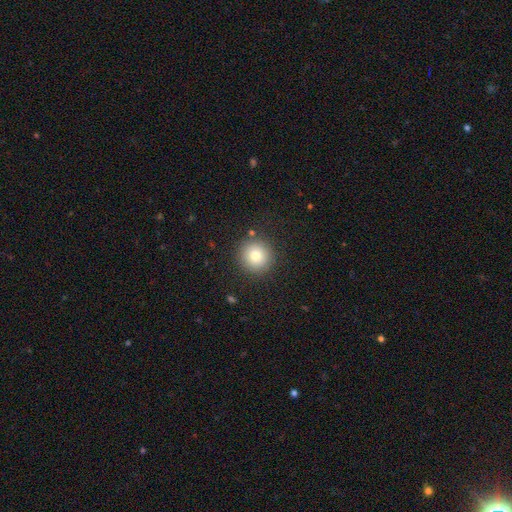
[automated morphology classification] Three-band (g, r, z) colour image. It shows a smooth galaxy with no disk features (79%) that is round (95%). Merging: none (88%).